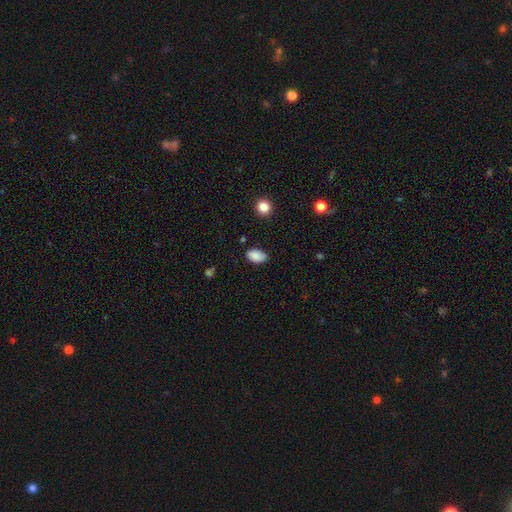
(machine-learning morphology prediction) Smooth or featured? smooth (88%)
How rounded? in between (92%)
Merging? none (80%)